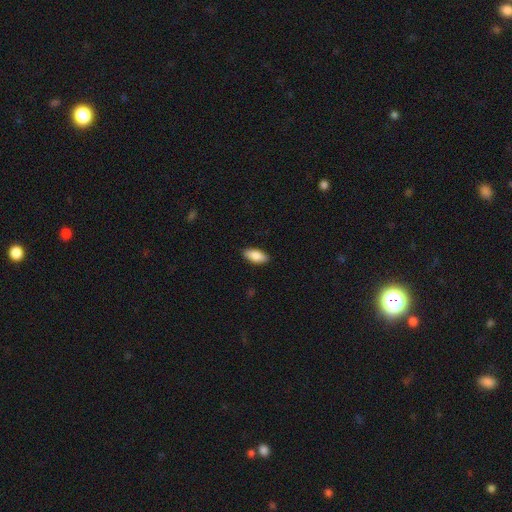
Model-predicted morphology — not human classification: Smooth or featured?
  - smooth: 87% *
  - featured or disk: 8%
  - star or artifact: 6%
How rounded?
  - in between: 86% *
  - cigar-shaped: 11%
  - round: 2%
Merging?
  - none: 88% *
  - minor disturbance: 9%
  - major disturbance: 2%
  - merger: 1%